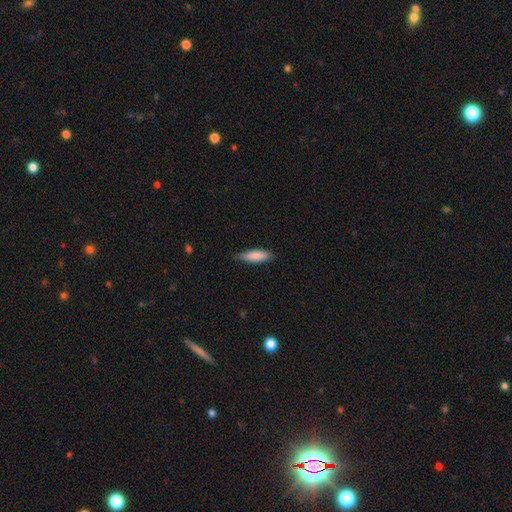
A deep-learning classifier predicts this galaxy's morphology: smooth 85%, featured or disk 10%, star or artifact 5%. Down the decision tree: how rounded — cigar-shaped (55%); merging — none (75%).